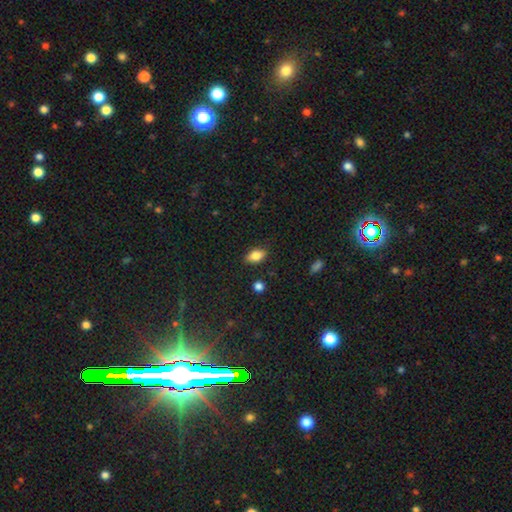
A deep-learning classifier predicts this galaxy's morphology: The model was most divided on "smooth or featured": smooth: 78%, featured or disk: 12%, star or artifact: 9%. More confident: how rounded — in between (86%); merging — none (85%).